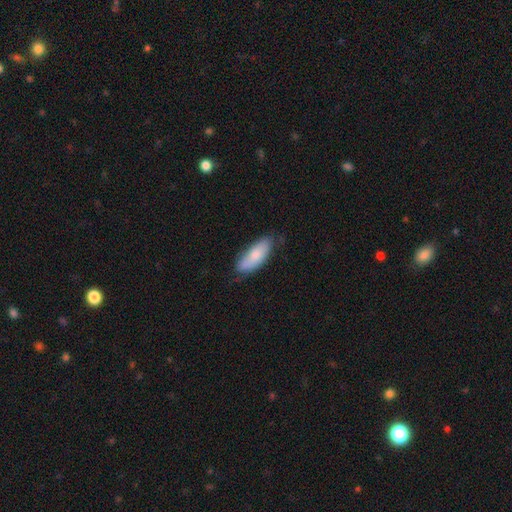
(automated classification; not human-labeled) smooth-or-featured: smooth: 78% | featured or disk: 17% | star or artifact: 6%
  how-rounded: in between: 78% | cigar-shaped: 20% | round: 2%
  merging: none: 68% | minor disturbance: 26% | major disturbance: 5% | merger: 2%